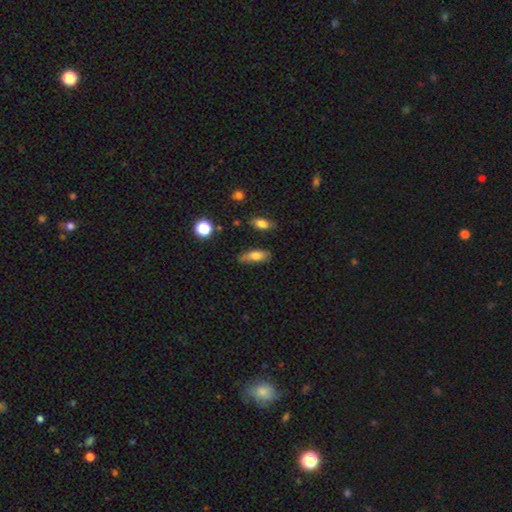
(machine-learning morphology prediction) A smooth galaxy with no disk features (73%) that is in between round and cigar-shaped (69%).

Vote fractions:
- Smooth or featured? smooth: 73% / featured or disk: 18% / star or artifact: 9%
- How rounded? in between: 69% / cigar-shaped: 27% / round: 4%
- Merging? none: 64% / minor disturbance: 25% / major disturbance: 7% / merger: 4%